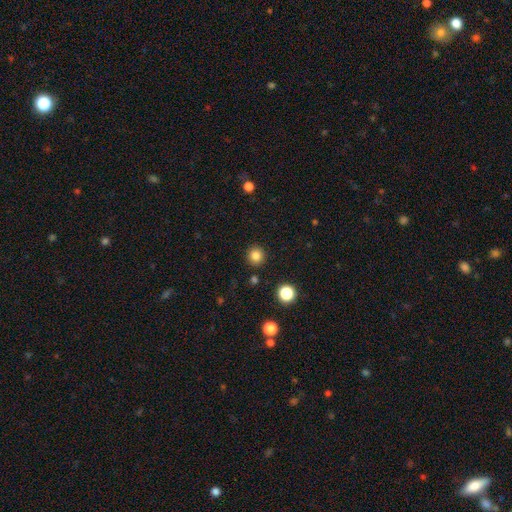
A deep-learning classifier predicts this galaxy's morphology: Smooth or featured: smooth — 83% (star or artifact — 12%)
How rounded: round — 93% (in between — 6%)
Merging: none — 91% (minor disturbance — 5%)